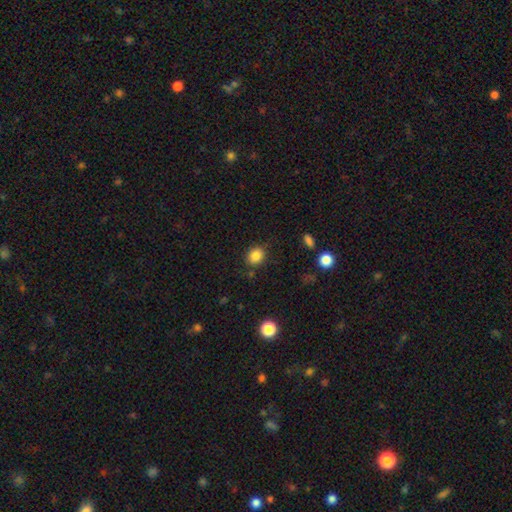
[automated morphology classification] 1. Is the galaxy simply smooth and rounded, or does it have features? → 85% smooth, 10% star or artifact, 5% featured or disk.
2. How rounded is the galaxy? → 59% round, 40% in between, 1% cigar-shaped.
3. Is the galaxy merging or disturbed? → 82% none, 12% minor disturbance, 3% major disturbance, 3% merger.